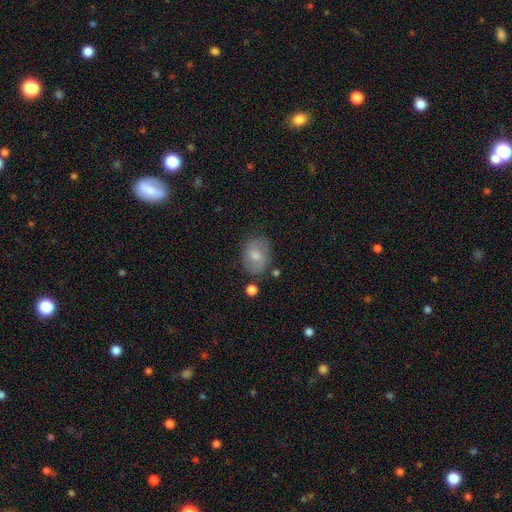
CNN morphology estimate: The model was most divided on "how rounded": in between: 61%, round: 38%, cigar-shaped: 1%. More confident: merging — none (70%); smooth or featured — smooth (63%).